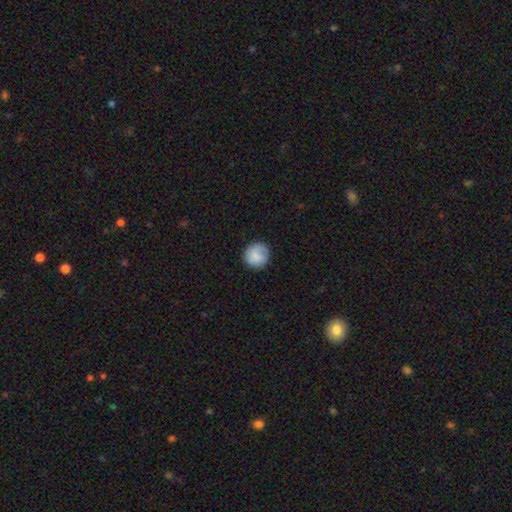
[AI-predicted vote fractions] Morphology: type=smooth (80%); roundness=round (93%); merging=none (81%).